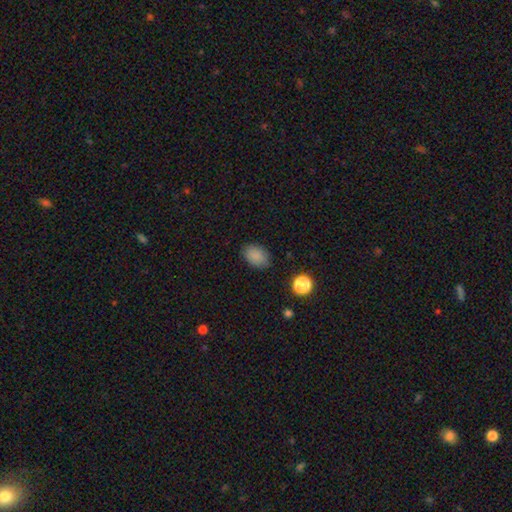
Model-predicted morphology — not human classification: The model was most divided on "how rounded": in between: 79%, round: 20%, cigar-shaped: 1%. More confident: smooth or featured — smooth (86%); merging — none (83%).